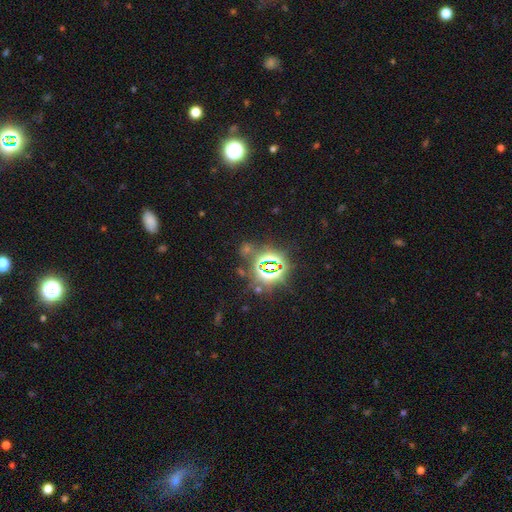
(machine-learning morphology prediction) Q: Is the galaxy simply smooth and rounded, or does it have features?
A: star or artifact — 80%.